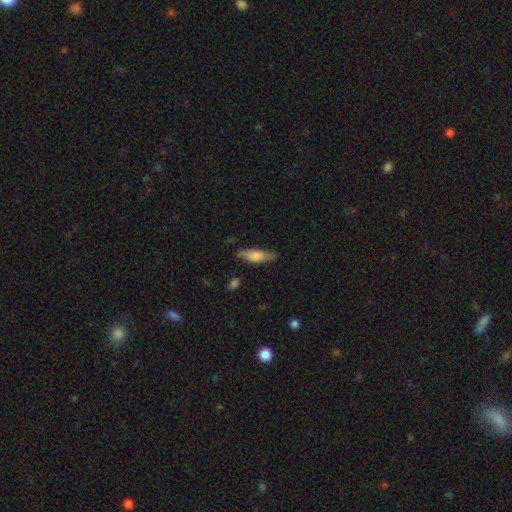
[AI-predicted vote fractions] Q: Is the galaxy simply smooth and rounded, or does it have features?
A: smooth — 69%.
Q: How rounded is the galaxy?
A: cigar-shaped — 56%.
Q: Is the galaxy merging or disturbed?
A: none — 80%.